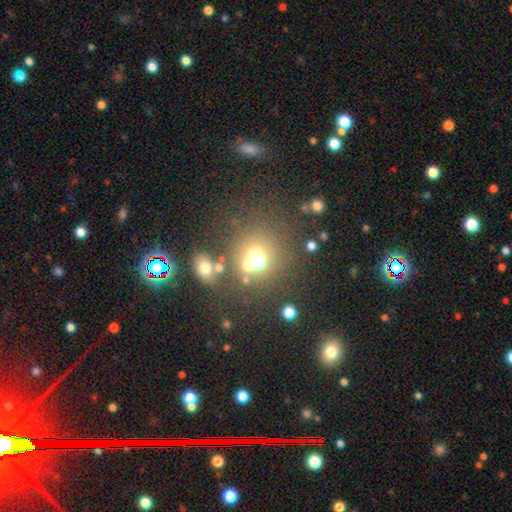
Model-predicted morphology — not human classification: The model was most divided on "merging": none: 50%, merger: 32%, minor disturbance: 11%, major disturbance: 8%. More confident: how rounded — round (71%); smooth or featured — smooth (54%).